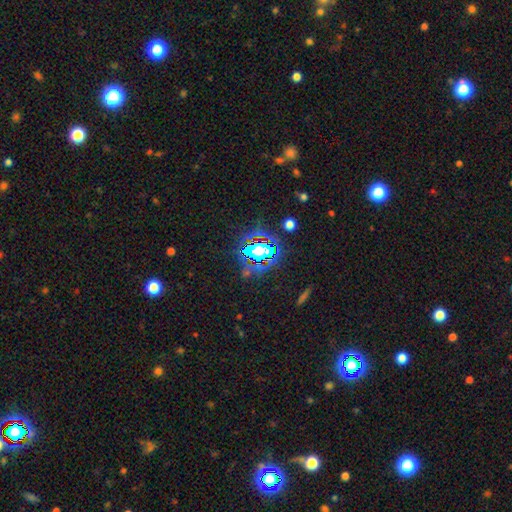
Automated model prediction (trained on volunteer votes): smooth_or_featured: star or artifact (p=0.78) [alt: smooth p=0.13]